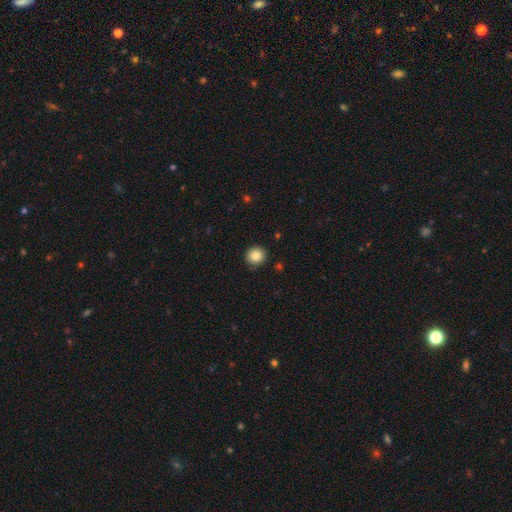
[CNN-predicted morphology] Smooth or featured? smooth (83%)
How rounded? round (92%)
Merging? none (89%)